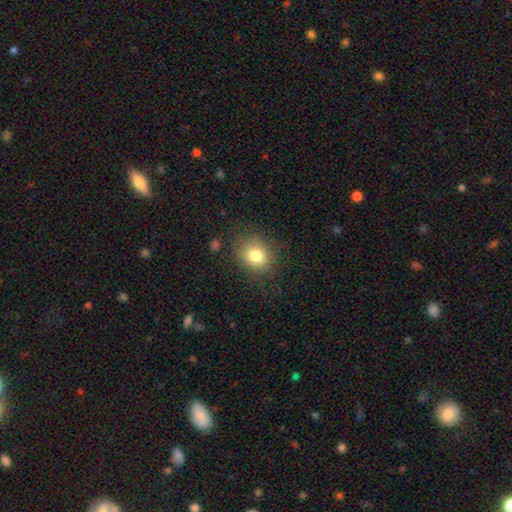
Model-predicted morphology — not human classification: This appears to be a smooth galaxy with no disk features (80%) that is round (70%). Merging: none (82%).